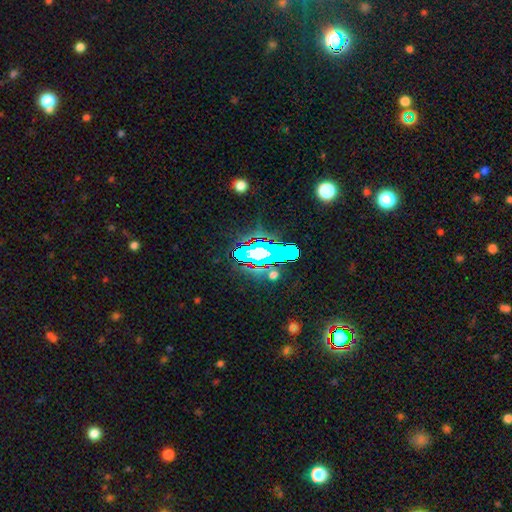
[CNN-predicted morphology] Q: Smooth or featured?
A: star or artifact (58%); runner-up: featured or disk (22%)